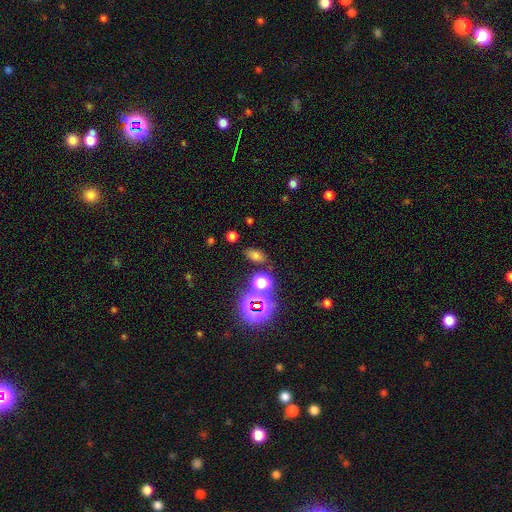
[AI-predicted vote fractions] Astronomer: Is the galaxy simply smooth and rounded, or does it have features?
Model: smooth — 62%.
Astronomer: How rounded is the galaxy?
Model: in between — 82%.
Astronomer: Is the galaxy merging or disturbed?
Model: none — 81%.